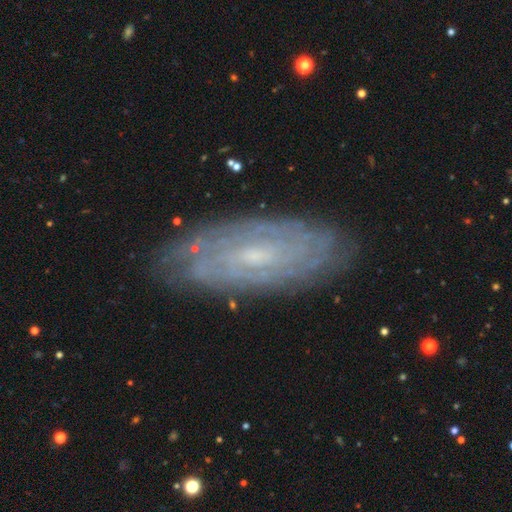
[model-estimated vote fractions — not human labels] A featured or disk galaxy (75%) with a weak bar (45%), tight (76%) spiral arms (87%) and a small central bulge (70%).

Vote fractions:
- Smooth or featured? featured or disk: 75% / smooth: 17% / star or artifact: 9%
- Edge-on disk? no: 88% / yes: 12%
- Bar? weak: 45% / no: 44% / strong: 11%
- Spiral arms? yes: 87% / no: 13%
- Spiral winding? tight: 76% / medium: 19% / loose: 6%
- Spiral arm count? can't tell: 62% / 2: 11% / 4: 8% / more than 4: 7% / 3: 7% / 1: 5%
- Bulge size? small: 70% / moderate: 23% / none: 5% / large: 2% / dominant: 1%
- Merging? none: 84% / minor disturbance: 12% / major disturbance: 3% / merger: 1%